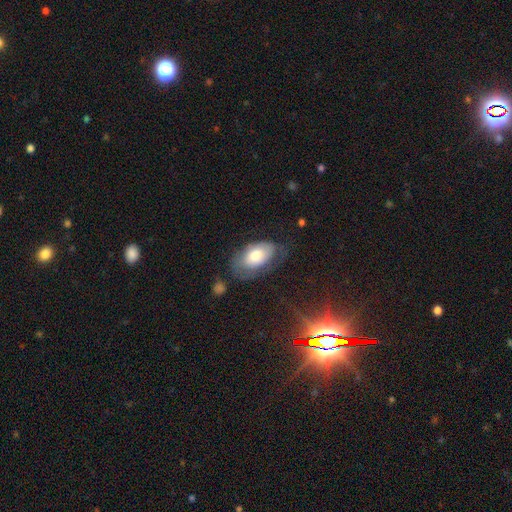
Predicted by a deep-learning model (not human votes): A smooth galaxy with no disk features (66%) that is in between round and cigar-shaped (94%). Merging: none (52%).